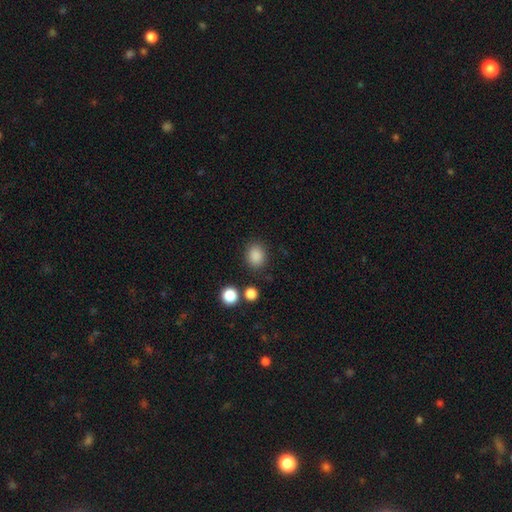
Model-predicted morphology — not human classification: smooth-or-featured: smooth: 86% | star or artifact: 10% | featured or disk: 4%
  how-rounded: round: 61% | in between: 38% | cigar-shaped: 1%
  merging: none: 84% | minor disturbance: 10% | major disturbance: 3% | merger: 3%